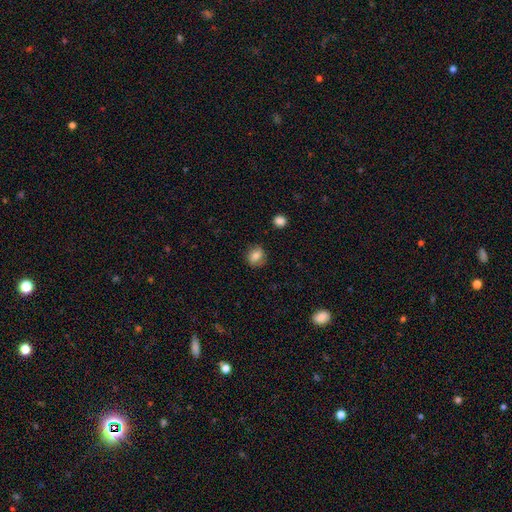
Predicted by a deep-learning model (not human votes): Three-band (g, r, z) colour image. It shows a smooth galaxy with no disk features (79%) that is round (69%). Merging: none (85%).